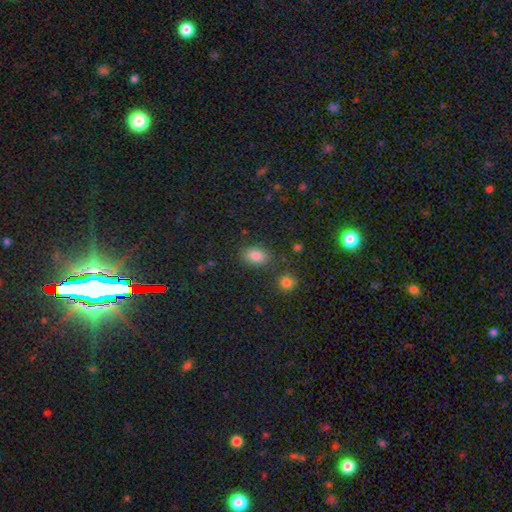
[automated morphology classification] A smooth galaxy with no disk features (82%) that is in between round and cigar-shaped (83%). Merging: none (81%).